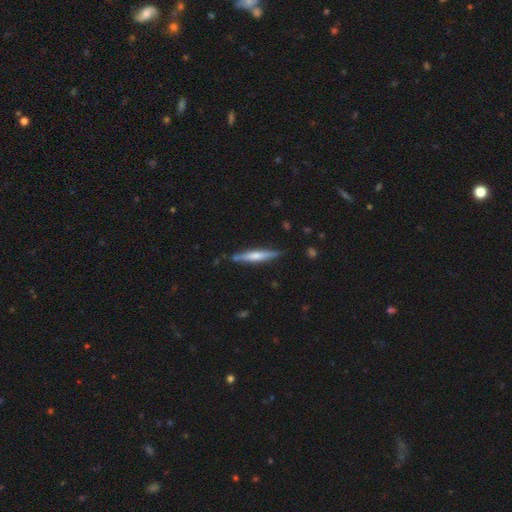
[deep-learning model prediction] The model was most divided on "smooth or featured": featured or disk: 60%, smooth: 34%, star or artifact: 6%. More confident: edge-on disk — yes (96%); merging — none (84%); edge-on bulge — rounded (68%).